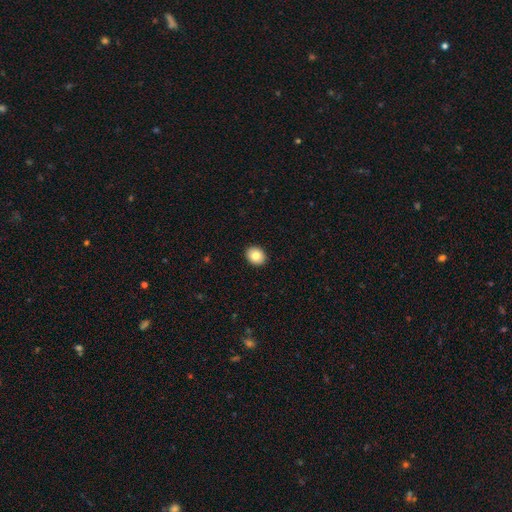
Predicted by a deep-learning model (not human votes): smooth_or_featured: smooth (p=0.81) [alt: featured or disk p=0.10]
how_rounded: round (p=0.53) [alt: in between p=0.47]
merging: none (p=0.92) [alt: minor disturbance p=0.06]